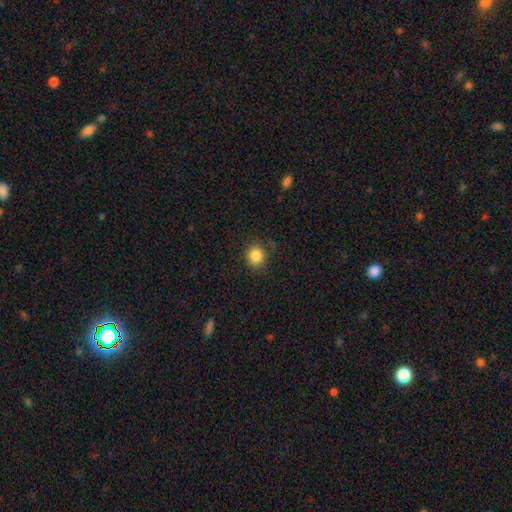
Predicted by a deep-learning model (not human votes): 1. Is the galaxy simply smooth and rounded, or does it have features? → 85% smooth, 10% star or artifact, 4% featured or disk.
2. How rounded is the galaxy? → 80% round, 19% in between, 1% cigar-shaped.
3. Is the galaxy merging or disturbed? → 84% none, 11% minor disturbance, 3% major disturbance, 2% merger.